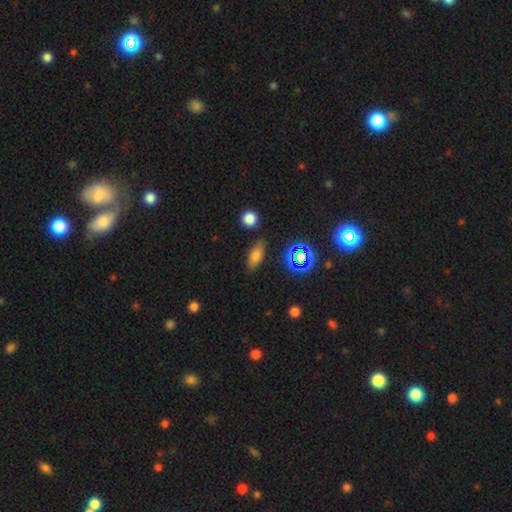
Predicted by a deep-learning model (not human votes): Smooth or featured?
  - smooth: 70% *
  - star or artifact: 17%
  - featured or disk: 14%
How rounded?
  - in between: 74% *
  - cigar-shaped: 18%
  - round: 8%
Merging?
  - none: 82% *
  - minor disturbance: 11%
  - major disturbance: 3%
  - merger: 3%